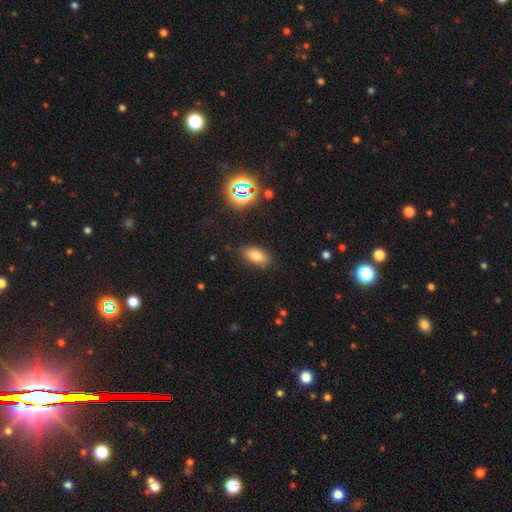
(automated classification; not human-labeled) Overall: smooth (77%). How rounded: in between (88%). Merging: none (85%).